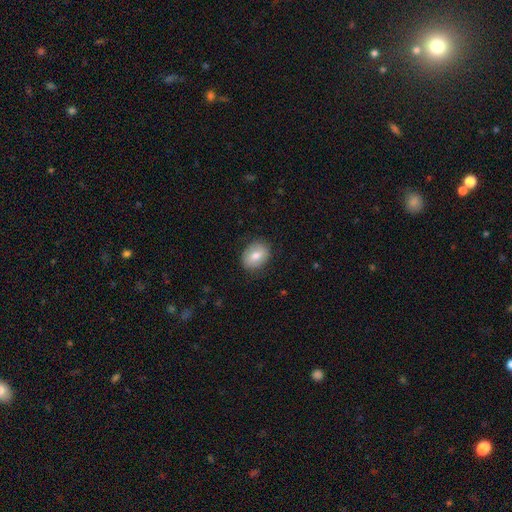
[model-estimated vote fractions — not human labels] This appears to be a smooth galaxy with no disk features (75%) that is in between round and cigar-shaped (65%). Merging: none (84%).